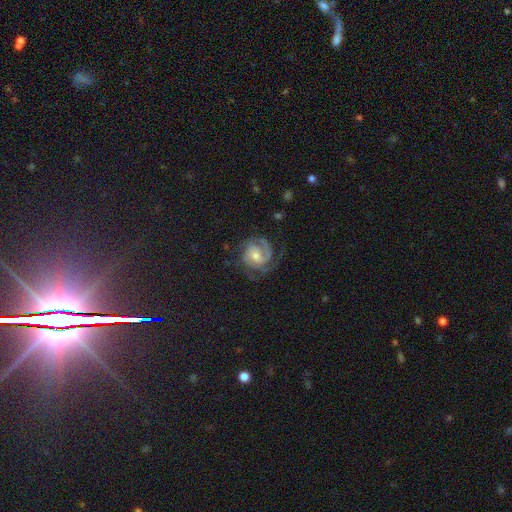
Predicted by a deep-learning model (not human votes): A featured or disk galaxy (85%) with no bar (54%), 2 (44%) tight (51%) spiral arms (97%) and a moderate central bulge (53%). Merging: none (68%).